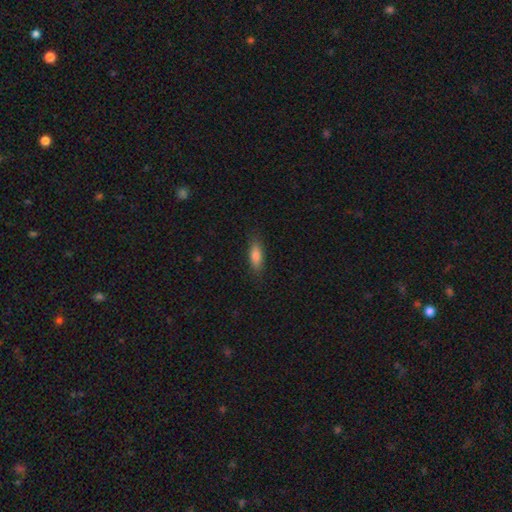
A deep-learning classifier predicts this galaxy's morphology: The model was most divided on "how rounded": in between: 66%, cigar-shaped: 32%, round: 2%. More confident: merging — none (84%); smooth or featured — smooth (81%).